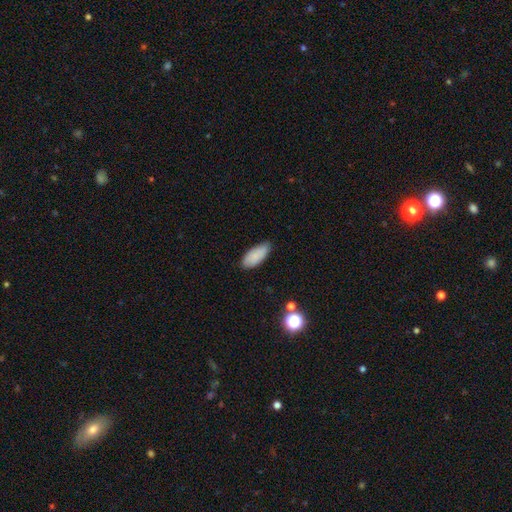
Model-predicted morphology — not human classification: Q: Smooth or featured?
A: smooth (86%); runner-up: star or artifact (7%)
Q: How rounded?
A: in between (86%); runner-up: cigar-shaped (12%)
Q: Merging?
A: none (74%); runner-up: minor disturbance (21%)